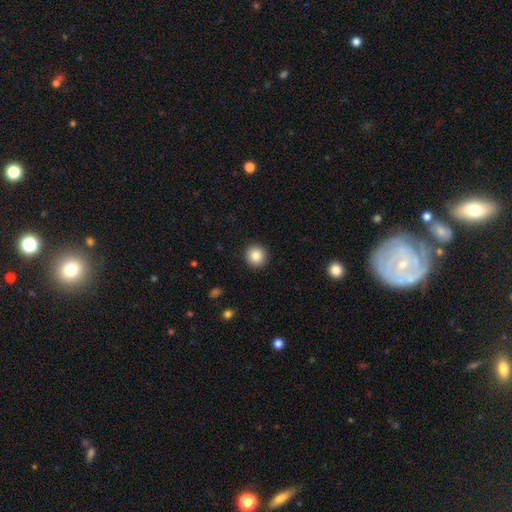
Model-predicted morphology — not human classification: The model was most divided on "smooth or featured": smooth: 85%, star or artifact: 9%, featured or disk: 6%. More confident: how rounded — round (94%); merging — none (92%).